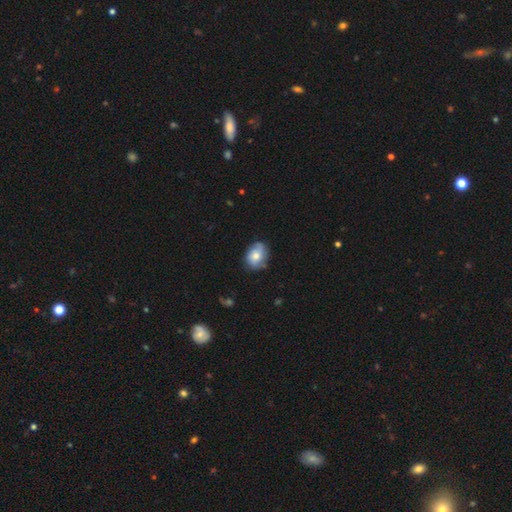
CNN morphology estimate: This is possibly a smooth galaxy (57%). How rounded: possibly in between (58%). Merging: likely none (67%).